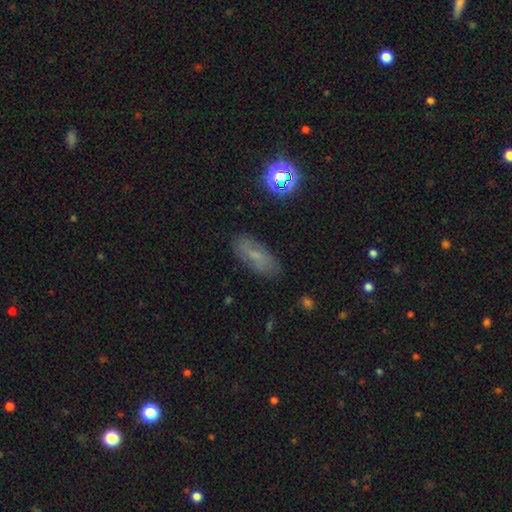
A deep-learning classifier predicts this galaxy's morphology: Smooth or featured? Predicted: smooth (p=0.58). How rounded? Predicted: in between (p=0.78). Merging? Predicted: none (p=0.80).